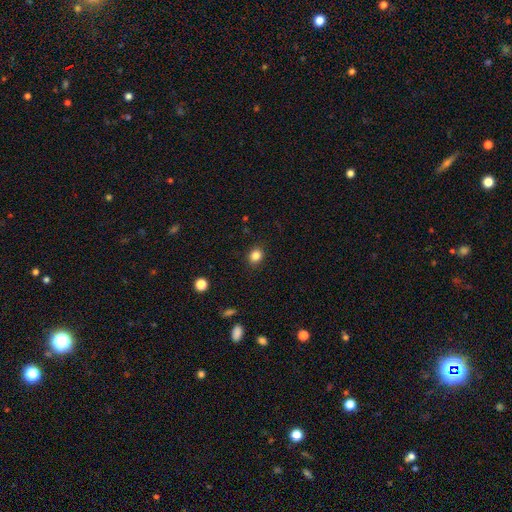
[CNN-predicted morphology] Smooth or featured? smooth (84%)
How rounded? round (65%)
Merging? none (89%)